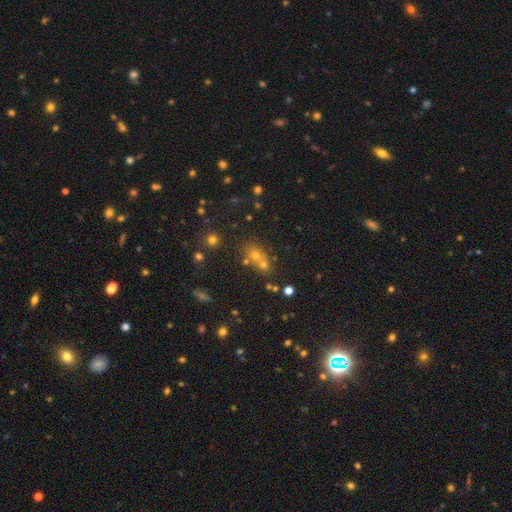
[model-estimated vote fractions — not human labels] Smooth or featured: smooth — 49% (star or artifact — 37%)
Merging: none — 47% (merger — 40%)